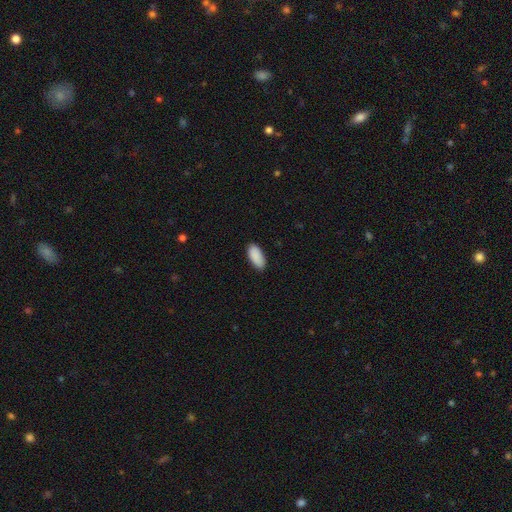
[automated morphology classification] Smooth or featured: smooth — 90% (star or artifact — 6%)
How rounded: in between — 91% (cigar-shaped — 7%)
Merging: none — 86% (minor disturbance — 11%)